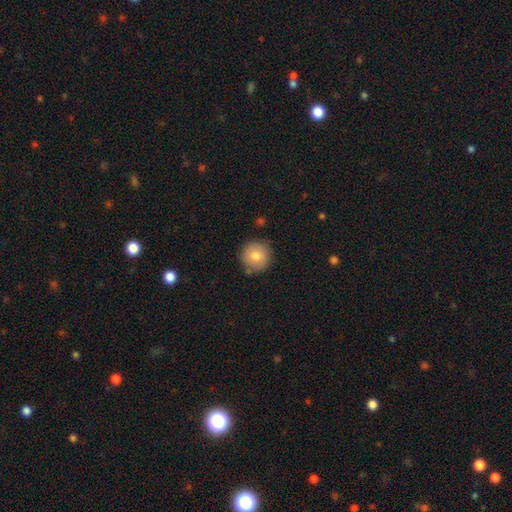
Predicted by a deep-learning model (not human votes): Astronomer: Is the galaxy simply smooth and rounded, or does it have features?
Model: smooth — 79%.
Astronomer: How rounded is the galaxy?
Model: round — 95%.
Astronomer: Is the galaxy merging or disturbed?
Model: none — 82%.